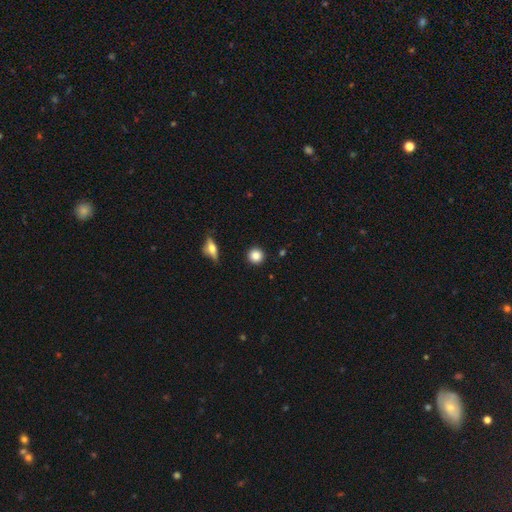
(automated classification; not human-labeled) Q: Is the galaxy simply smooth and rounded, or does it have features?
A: smooth — 85%.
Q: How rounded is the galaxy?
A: round — 93%.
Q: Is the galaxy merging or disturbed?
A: none — 91%.